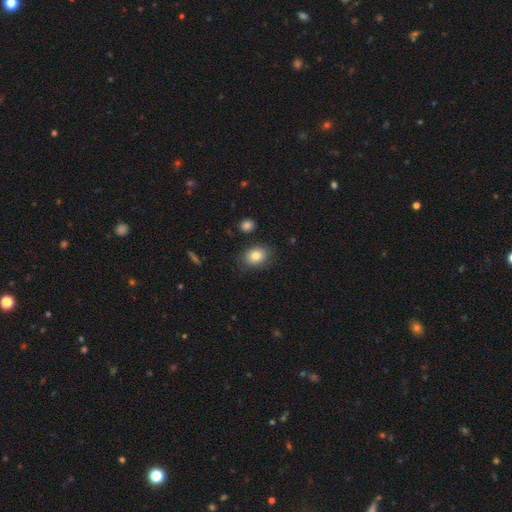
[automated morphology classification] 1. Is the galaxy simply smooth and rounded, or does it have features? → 83% smooth, 9% star or artifact, 9% featured or disk.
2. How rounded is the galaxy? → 61% in between, 38% round, 1% cigar-shaped.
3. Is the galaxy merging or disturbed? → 84% none, 11% minor disturbance, 3% major disturbance, 2% merger.